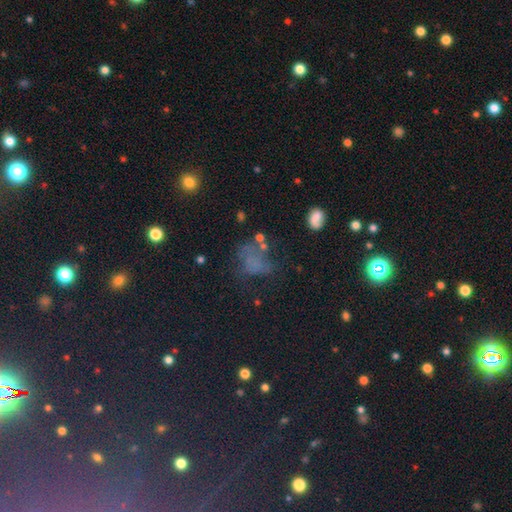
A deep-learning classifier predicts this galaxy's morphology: This is marginally a star or artifact rather than a galaxy (42%).